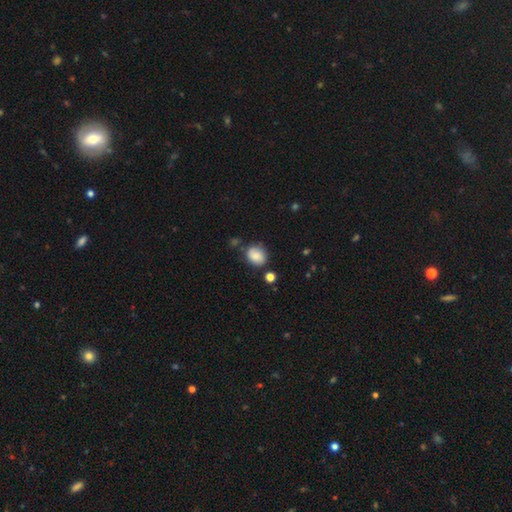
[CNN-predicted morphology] This appears to be a smooth galaxy with no disk features (81%) that is in between round and cigar-shaped (50%). Merging: none (69%).